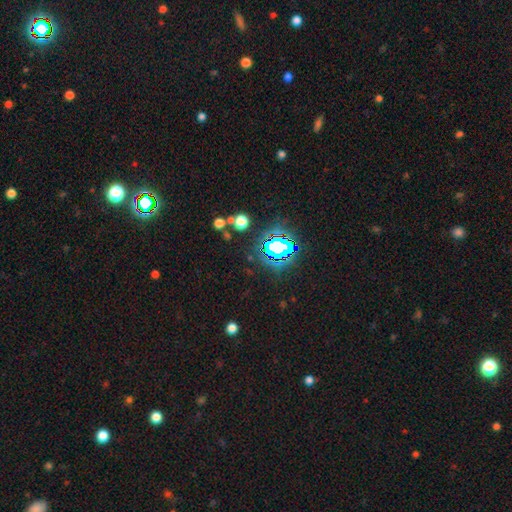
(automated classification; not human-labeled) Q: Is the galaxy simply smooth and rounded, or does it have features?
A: star or artifact — 80%.